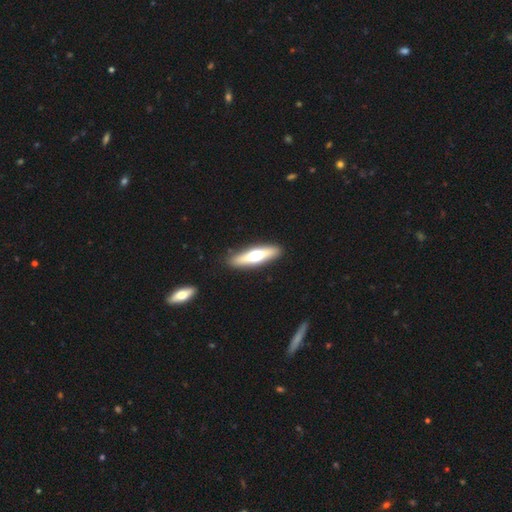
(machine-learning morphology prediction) Smooth or featured? featured or disk (49%)
Merging? none (89%)